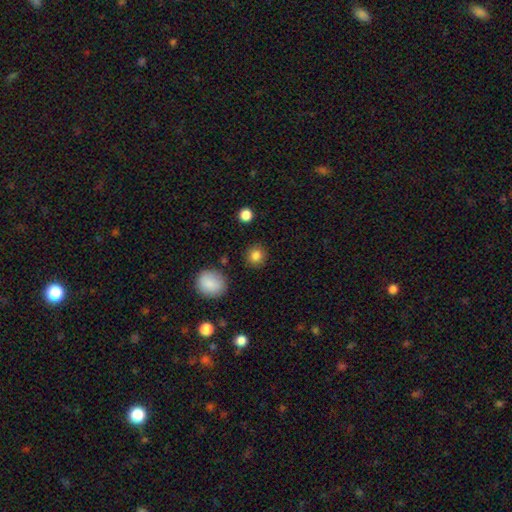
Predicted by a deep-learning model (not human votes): Smooth or featured?
  - smooth: 84% *
  - star or artifact: 11%
  - featured or disk: 5%
How rounded?
  - round: 89% *
  - in between: 10%
  - cigar-shaped: 1%
Merging?
  - none: 88% *
  - minor disturbance: 7%
  - major disturbance: 3%
  - merger: 2%